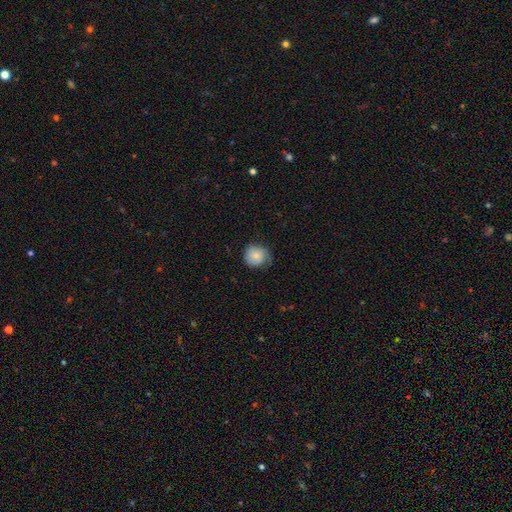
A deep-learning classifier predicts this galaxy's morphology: Smooth or featured: smooth — 75% (featured or disk — 18%)
How rounded: round — 86% (in between — 13%)
Merging: none — 58% (minor disturbance — 31%)